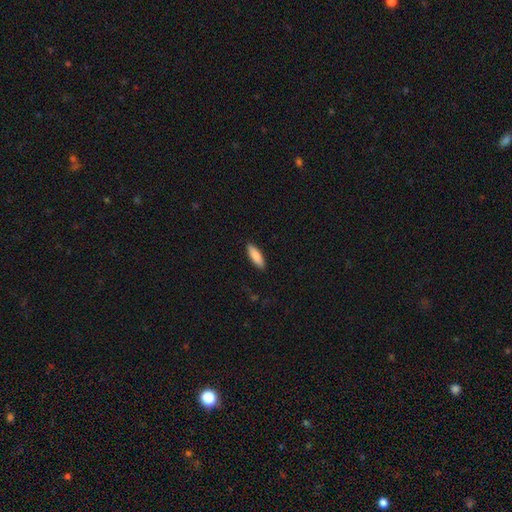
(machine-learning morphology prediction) Q: Smooth or featured?
A: smooth (86%); runner-up: featured or disk (9%)
Q: How rounded?
A: cigar-shaped (51%); runner-up: in between (47%)
Q: Merging?
A: none (90%); runner-up: minor disturbance (8%)